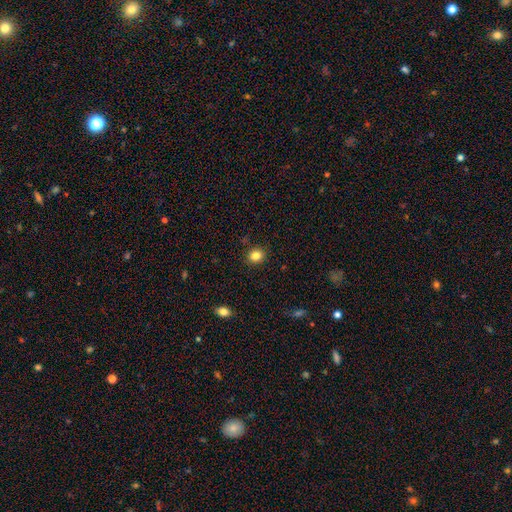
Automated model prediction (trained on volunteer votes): Morphology: type=smooth (84%); roundness=round (68%); merging=none (89%).